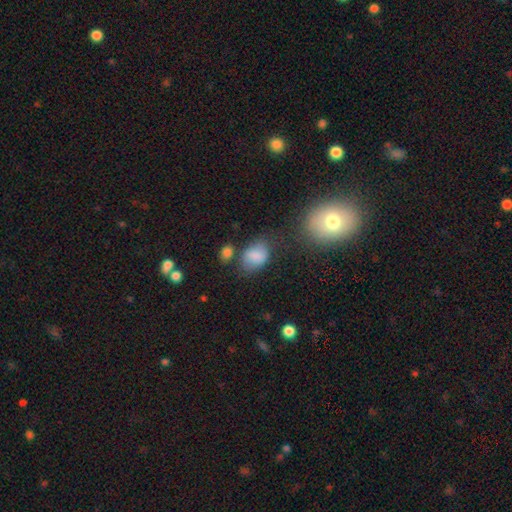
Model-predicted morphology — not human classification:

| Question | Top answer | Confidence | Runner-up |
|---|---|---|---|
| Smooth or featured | smooth | 79% | featured or disk (12%) |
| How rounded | in between | 78% | round (20%) |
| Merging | none | 56% | minor disturbance (24%) |